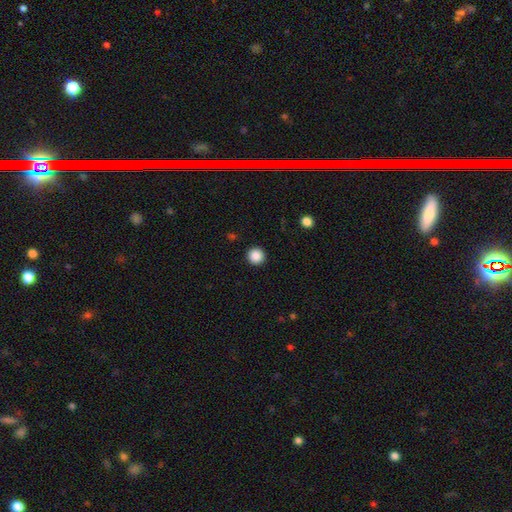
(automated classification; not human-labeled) Smooth or featured?
  - smooth: 88% *
  - star or artifact: 9%
  - featured or disk: 3%
How rounded?
  - round: 96% *
  - in between: 3%
  - cigar-shaped: 1%
Merging?
  - none: 93% *
  - minor disturbance: 4%
  - major disturbance: 2%
  - merger: 1%